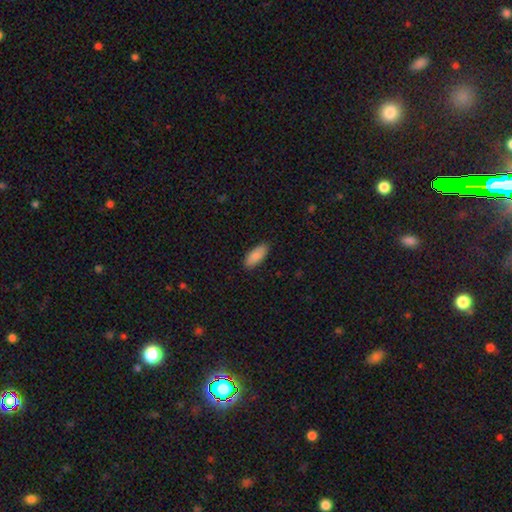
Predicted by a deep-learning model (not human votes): Smooth or featured?
  - smooth: 88% *
  - featured or disk: 6%
  - star or artifact: 6%
How rounded?
  - in between: 85% *
  - cigar-shaped: 14%
  - round: 2%
Merging?
  - none: 88% *
  - minor disturbance: 9%
  - major disturbance: 2%
  - merger: 1%